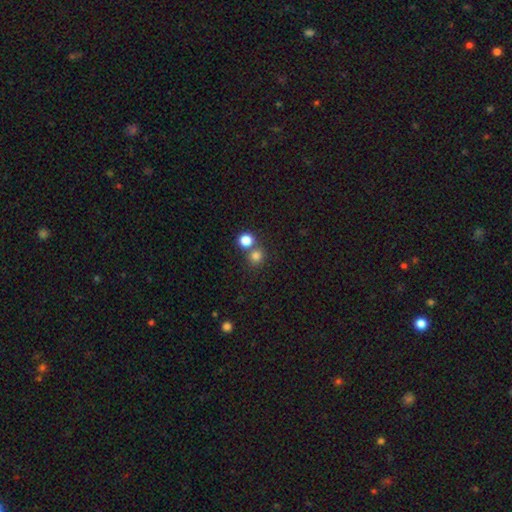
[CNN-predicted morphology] Smooth or featured?
  - smooth: 79% *
  - star or artifact: 15%
  - featured or disk: 6%
How rounded?
  - round: 88% *
  - in between: 11%
  - cigar-shaped: 1%
Merging?
  - none: 61% *
  - merger: 30%
  - minor disturbance: 6%
  - major disturbance: 3%